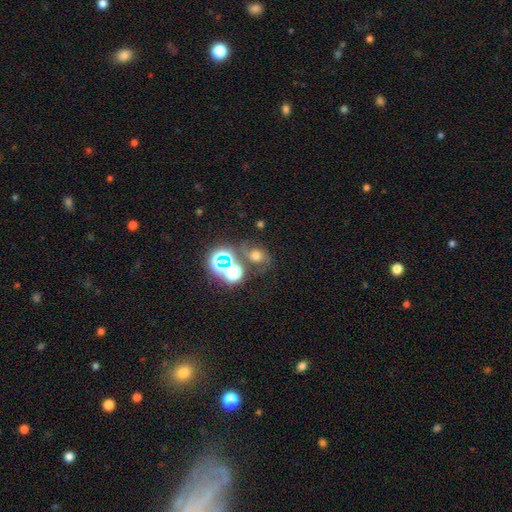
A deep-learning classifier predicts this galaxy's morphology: Smooth or featured: smooth — 42% (star or artifact — 31%)
Merging: none — 51% (merger — 19%)